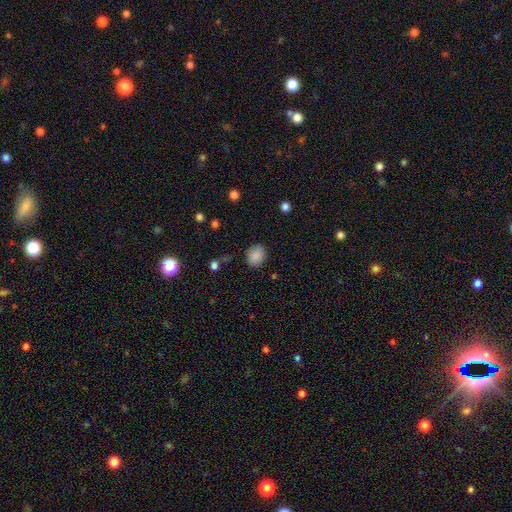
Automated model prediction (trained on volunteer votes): This is clearly a smooth galaxy (87%). How rounded: possibly round (60%). Merging: clearly none (85%).